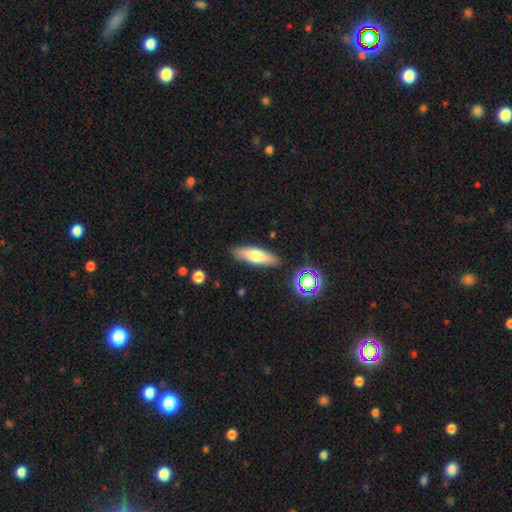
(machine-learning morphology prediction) smooth_or_featured: smooth (p=0.66) [alt: featured or disk p=0.27]
how_rounded: cigar-shaped (p=0.53) [alt: in between p=0.44]
merging: none (p=0.86) [alt: minor disturbance p=0.09]